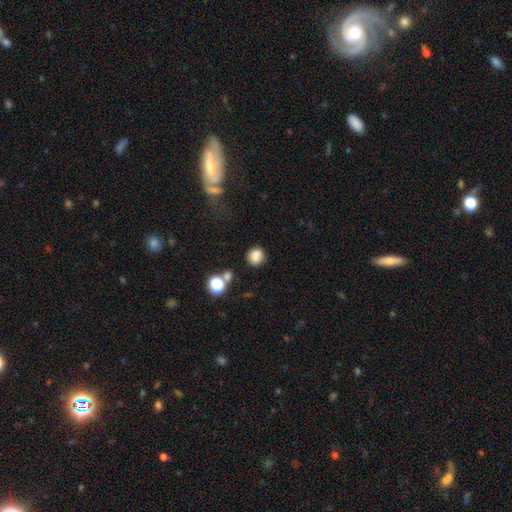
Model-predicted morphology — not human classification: Smooth or featured? smooth (81%)
How rounded? round (80%)
Merging? none (76%)